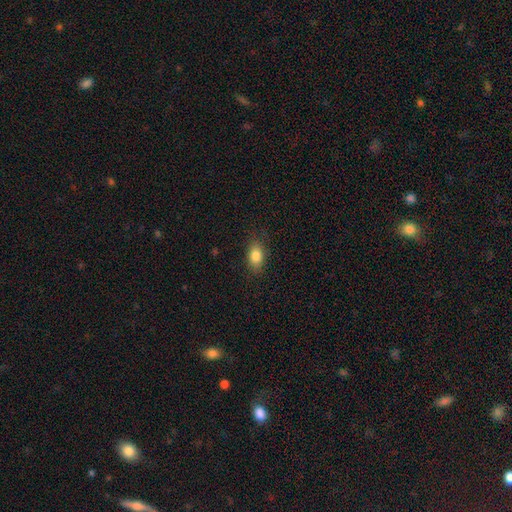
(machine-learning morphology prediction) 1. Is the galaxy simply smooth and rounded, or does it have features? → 84% smooth, 9% star or artifact, 8% featured or disk.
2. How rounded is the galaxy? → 84% in between, 12% round, 4% cigar-shaped.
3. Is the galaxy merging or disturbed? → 83% none, 13% minor disturbance, 3% major disturbance, 1% merger.